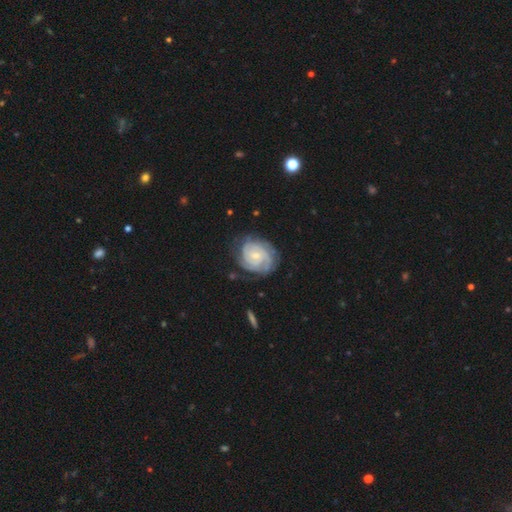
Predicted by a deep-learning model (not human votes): Smooth or featured? Predicted: featured or disk (p=0.86). Edge-on disk? Predicted: no (p=0.98). Bar? Predicted: no (p=0.68). Spiral arms? Predicted: yes (p=0.97). Spiral winding? Predicted: tight (p=0.76). Spiral arm count? Predicted: can't tell (p=0.27). Bulge size? Predicted: small (p=0.68). Merging? Predicted: none (p=0.73).